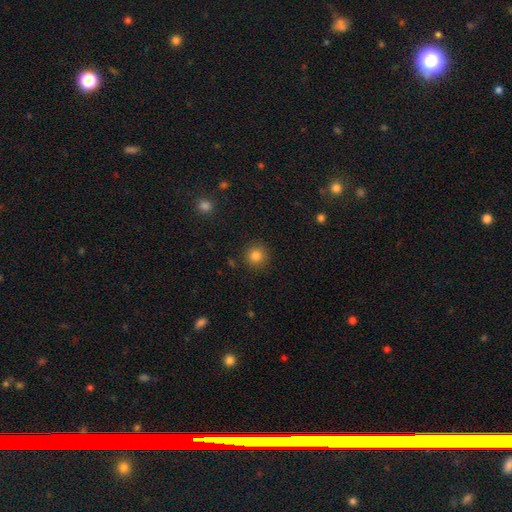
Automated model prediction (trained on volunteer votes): smooth 83%, star or artifact 12%, featured or disk 6%. Down the decision tree: how rounded — round (94%); merging — none (90%).